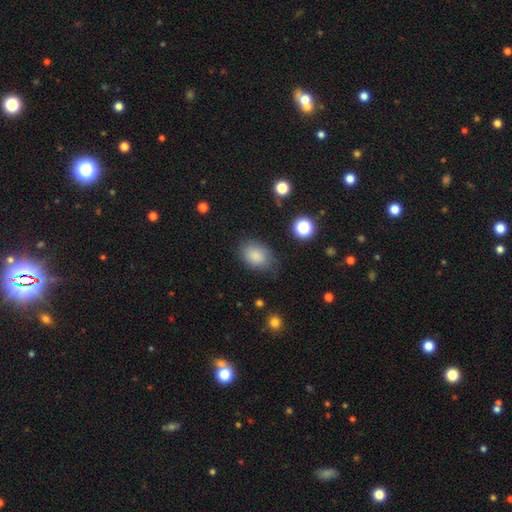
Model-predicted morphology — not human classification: Smooth or featured? smooth (85%)
How rounded? in between (79%)
Merging? none (75%)